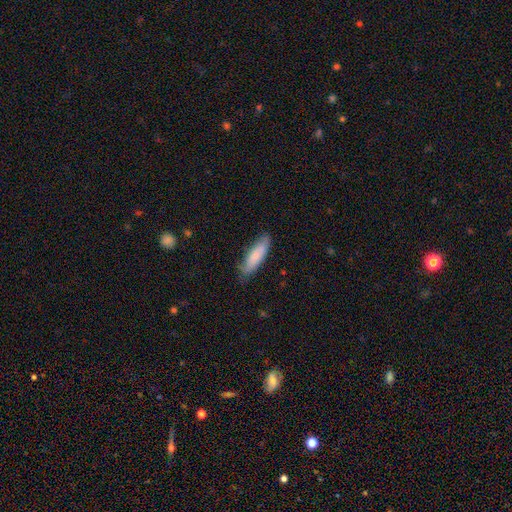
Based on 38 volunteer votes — Q: Smooth or featured?
A: smooth (82%); runner-up: featured or disk (13%)
Q: How rounded?
A: cigar-shaped (71%); runner-up: in between (29%)
Q: Merging?
A: none (75%); runner-up: minor disturbance (25%)